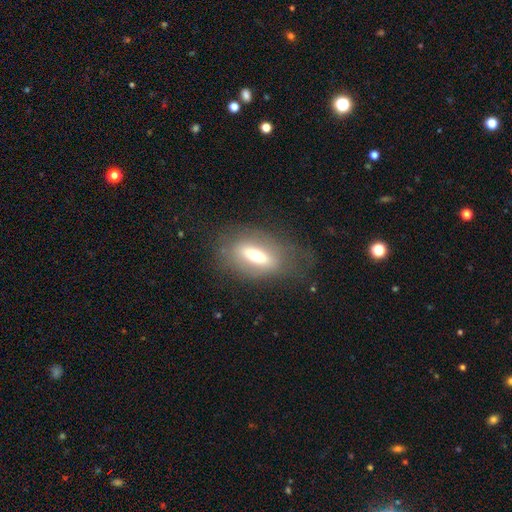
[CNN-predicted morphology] Smooth or featured? smooth (48%)
Merging? none (65%)